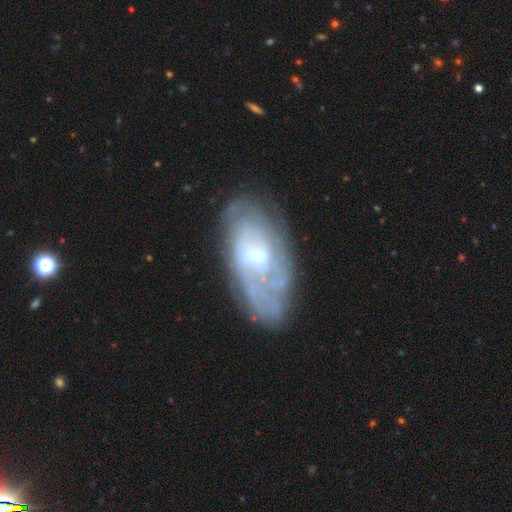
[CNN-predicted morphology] smooth-or-featured: featured or disk: 72% | smooth: 21% | star or artifact: 7%
  disk-edge-on: no: 92% | yes: 8%
    bar: weak: 46% | no: 44% | strong: 10%
    has-spiral-arms: yes: 78% | no: 22%
      spiral-winding: tight: 61% | medium: 28% | loose: 12%
      spiral-arm-count: can't tell: 62% | 2: 13% | 3: 8% | 4: 7% | more than 4: 5% | 1: 4%
    bulge-size: small: 53% | moderate: 38% | none: 5% | large: 3% | dominant: 1%
  merging: none: 70% | minor disturbance: 20% | major disturbance: 8% | merger: 2%